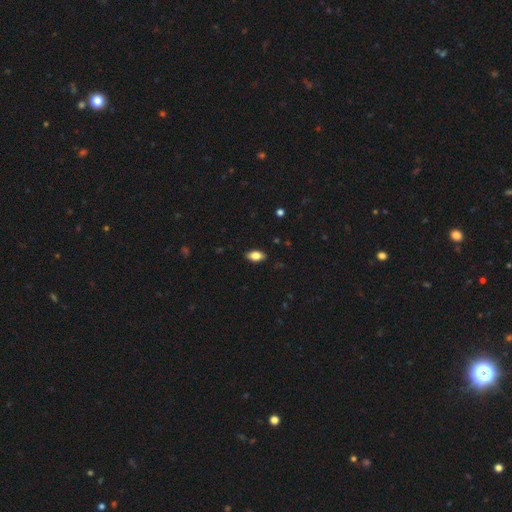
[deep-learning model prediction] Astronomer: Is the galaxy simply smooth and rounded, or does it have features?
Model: smooth — 80%.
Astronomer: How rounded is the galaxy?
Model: in between — 90%.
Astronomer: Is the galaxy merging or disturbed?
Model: none — 87%.